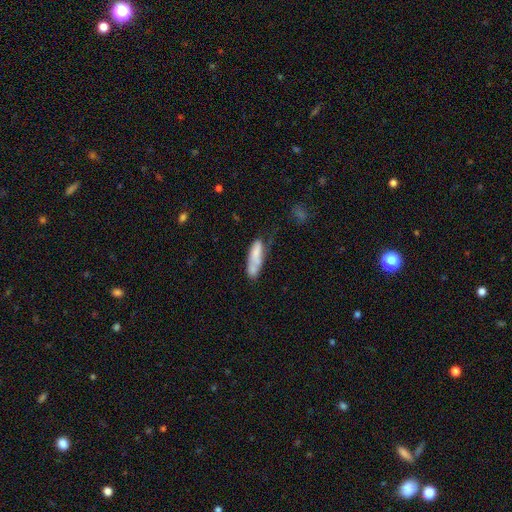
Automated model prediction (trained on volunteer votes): Q: Smooth or featured?
A: smooth (67%); runner-up: featured or disk (25%)
Q: How rounded?
A: cigar-shaped (49%); runner-up: in between (48%)
Q: Merging?
A: none (33%); runner-up: minor disturbance (26%)